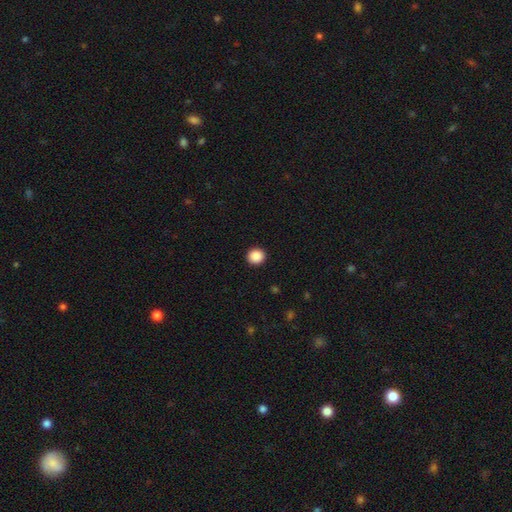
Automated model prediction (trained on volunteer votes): Smooth or featured: smooth — 89% (star or artifact — 9%)
How rounded: round — 91% (in between — 8%)
Merging: none — 93% (minor disturbance — 4%)